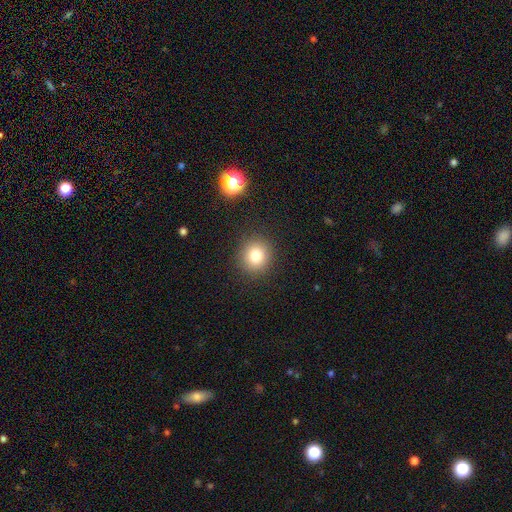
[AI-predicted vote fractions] This appears to be a smooth galaxy with no disk features (79%) that is round (88%). Merging: none (89%).